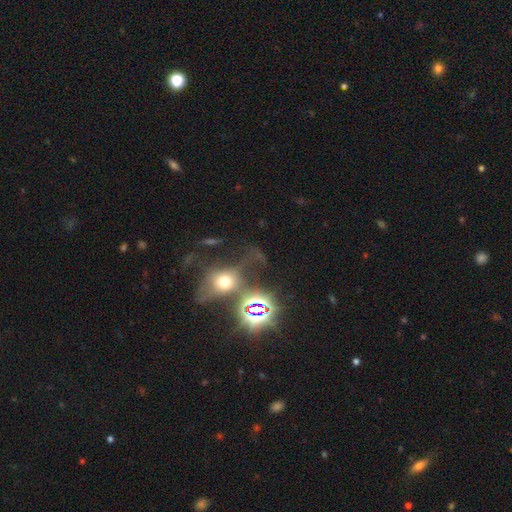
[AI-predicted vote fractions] Smooth or featured?
  - star or artifact: 52% *
  - featured or disk: 28%
  - smooth: 21%